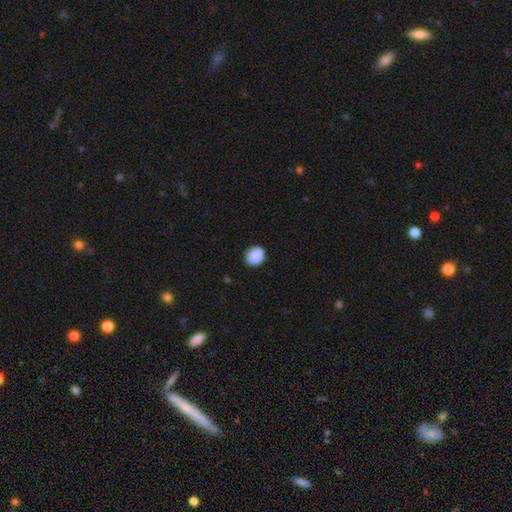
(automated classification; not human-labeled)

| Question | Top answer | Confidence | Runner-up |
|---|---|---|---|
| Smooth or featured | smooth | 90% | star or artifact (7%) |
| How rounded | round | 67% | in between (33%) |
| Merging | none | 88% | minor disturbance (9%) |